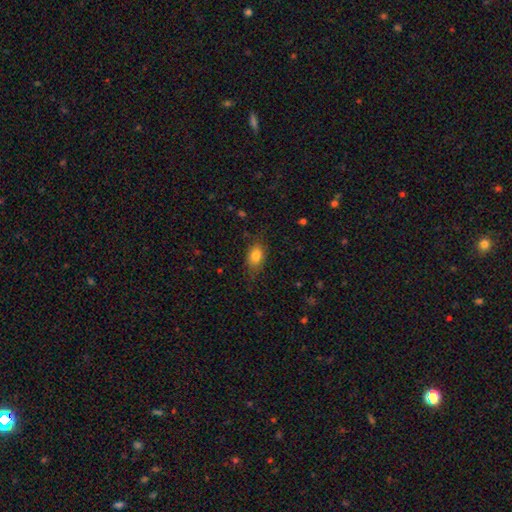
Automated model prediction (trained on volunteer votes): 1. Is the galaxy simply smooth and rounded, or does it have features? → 82% smooth, 10% featured or disk, 9% star or artifact.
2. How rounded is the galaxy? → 82% in between, 15% round, 3% cigar-shaped.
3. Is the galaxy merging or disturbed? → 74% none, 19% minor disturbance, 5% major disturbance, 1% merger.